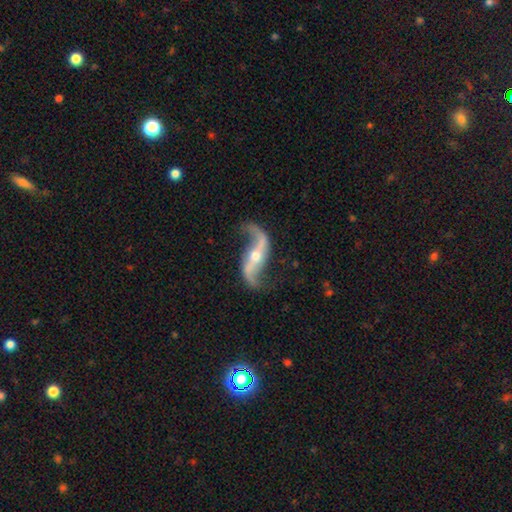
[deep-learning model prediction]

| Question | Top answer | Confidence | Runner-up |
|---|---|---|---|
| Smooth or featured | featured or disk | 92% | star or artifact (4%) |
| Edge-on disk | no | 94% | yes (6%) |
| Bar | strong | 42% | no (32%) |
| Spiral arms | yes | 97% | no (3%) |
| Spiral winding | loose | 90% | medium (7%) |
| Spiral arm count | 2 | 94% | 1 (2%) |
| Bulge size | moderate | 50% | small (45%) |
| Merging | none | 78% | minor disturbance (13%) |